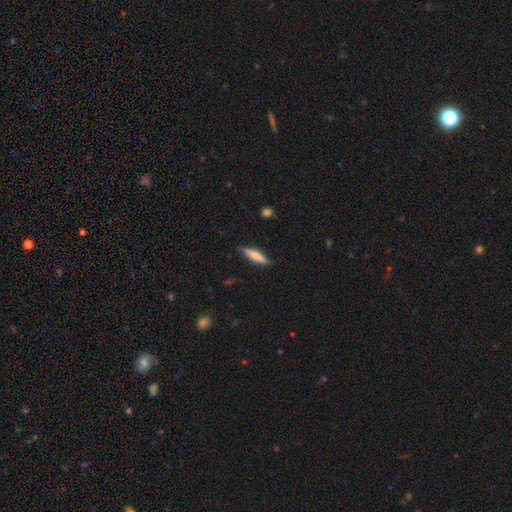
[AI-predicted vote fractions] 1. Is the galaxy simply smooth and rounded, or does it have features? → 60% smooth, 34% featured or disk, 6% star or artifact.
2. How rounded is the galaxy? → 80% cigar-shaped, 18% in between, 2% round.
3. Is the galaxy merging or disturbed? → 82% none, 14% minor disturbance, 3% major disturbance, 1% merger.